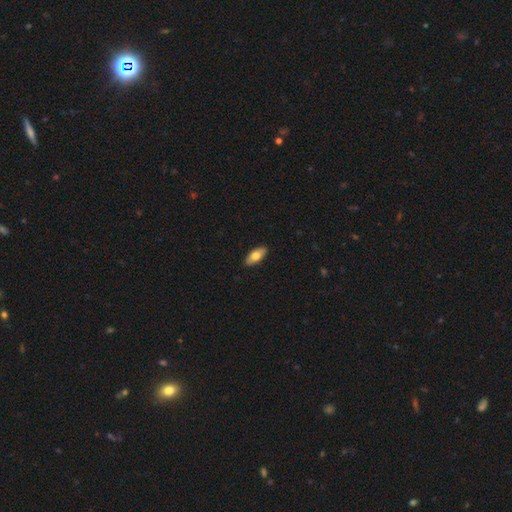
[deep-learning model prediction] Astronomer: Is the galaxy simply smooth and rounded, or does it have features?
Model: smooth — 71%.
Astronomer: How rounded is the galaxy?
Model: in between — 86%.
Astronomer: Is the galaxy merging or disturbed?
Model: none — 90%.